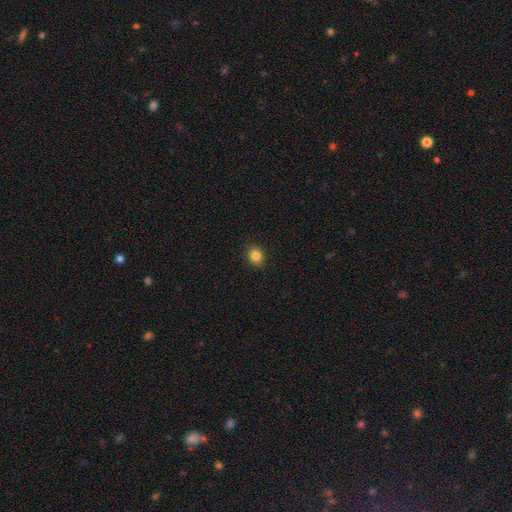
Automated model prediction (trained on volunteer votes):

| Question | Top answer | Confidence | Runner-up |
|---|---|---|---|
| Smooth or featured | smooth | 85% | star or artifact (10%) |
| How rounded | round | 57% | in between (42%) |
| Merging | none | 90% | minor disturbance (8%) |